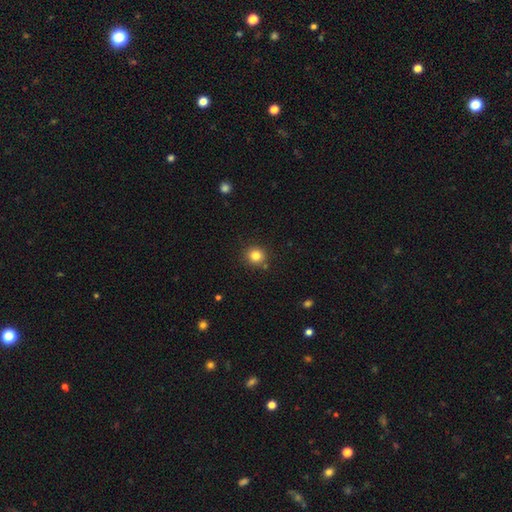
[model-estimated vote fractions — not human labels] Overall: smooth (82%). How rounded: round (92%). Merging: none (87%).